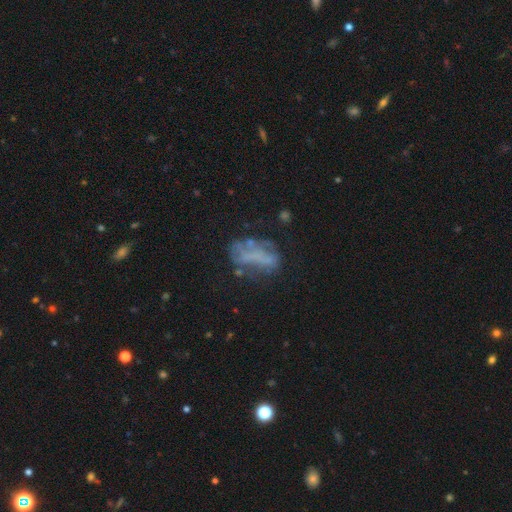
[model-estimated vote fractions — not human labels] Smooth or featured: featured or disk — 51% (smooth — 33%)
Edge-on disk: no — 93% (yes — 7%)
Merging: none — 42% (major disturbance — 28%)